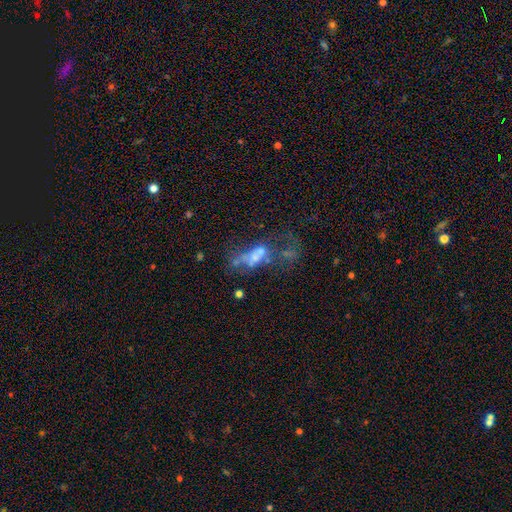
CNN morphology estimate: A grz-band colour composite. It shows a featured or disk galaxy (49%). Merging: merger (39%).